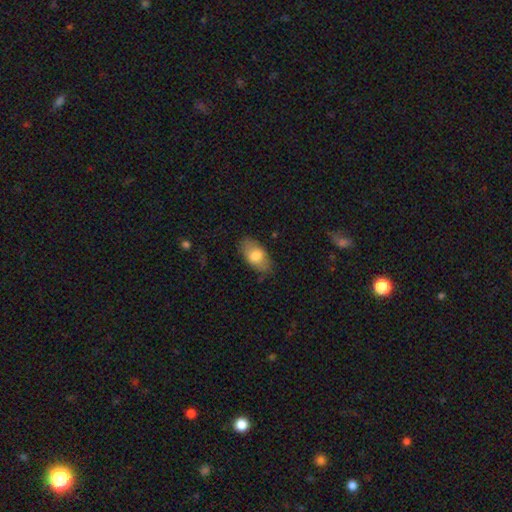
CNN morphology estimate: This appears to be a smooth galaxy with no disk features (74%) that is in between round and cigar-shaped (92%). Merging: none (77%).